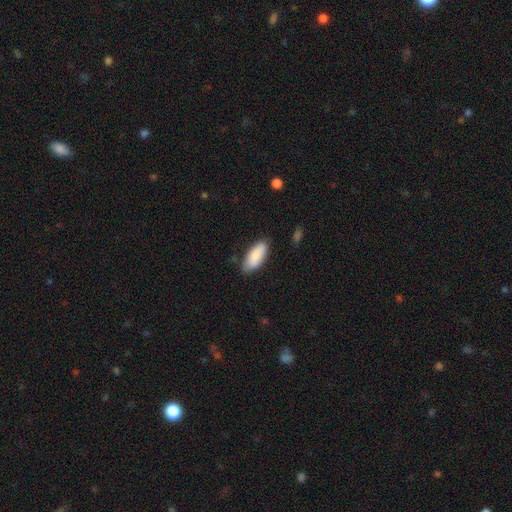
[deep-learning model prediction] Morphology: type=smooth (87%); roundness=in between (83%); merging=none (79%).